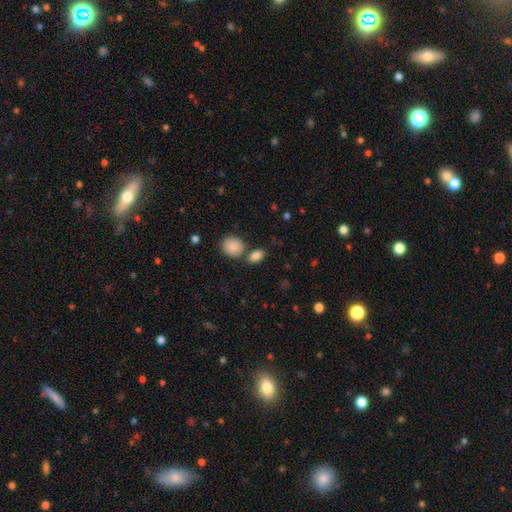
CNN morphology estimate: A smooth galaxy with no disk features (86%) that is in between round and cigar-shaped (83%). Merging: none (63%).